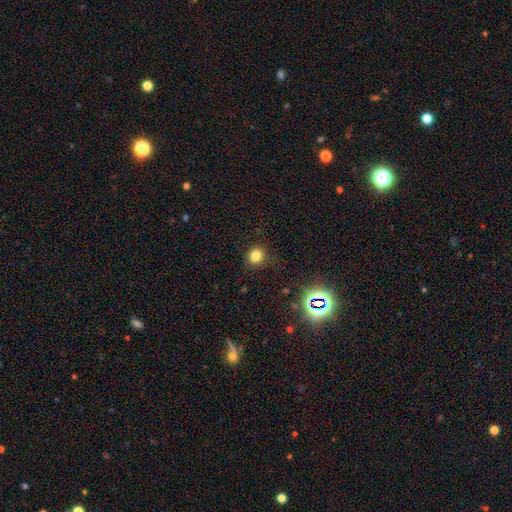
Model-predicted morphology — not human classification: type=smooth (79%); roundness=round (80%); merging=none (84%).